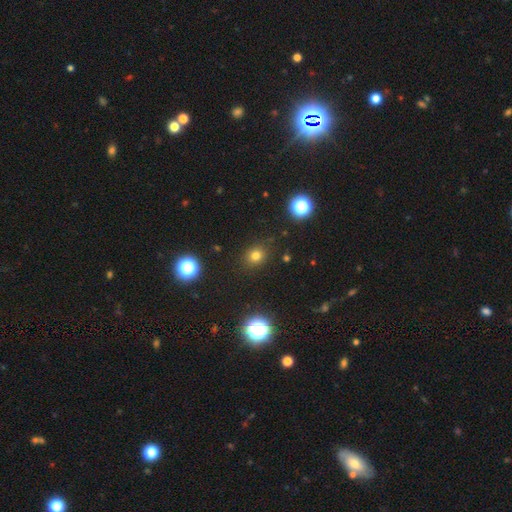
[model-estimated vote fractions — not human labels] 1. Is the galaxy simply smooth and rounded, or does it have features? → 75% smooth, 19% star or artifact, 6% featured or disk.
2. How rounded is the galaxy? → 79% round, 20% in between, 1% cigar-shaped.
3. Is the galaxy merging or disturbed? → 88% none, 7% minor disturbance, 3% major disturbance, 2% merger.